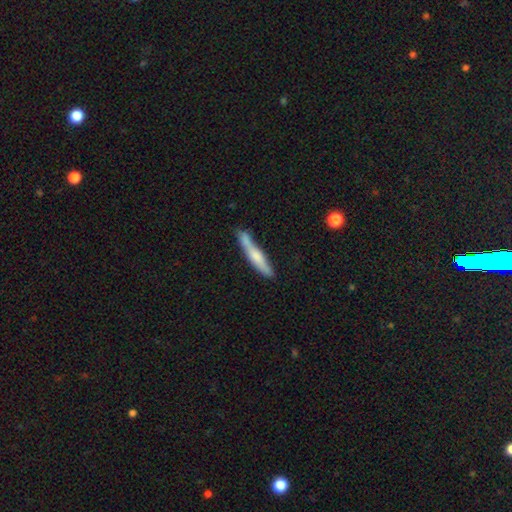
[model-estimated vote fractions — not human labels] Smooth or featured? smooth (54%)
How rounded? cigar-shaped (92%)
Merging? none (68%)